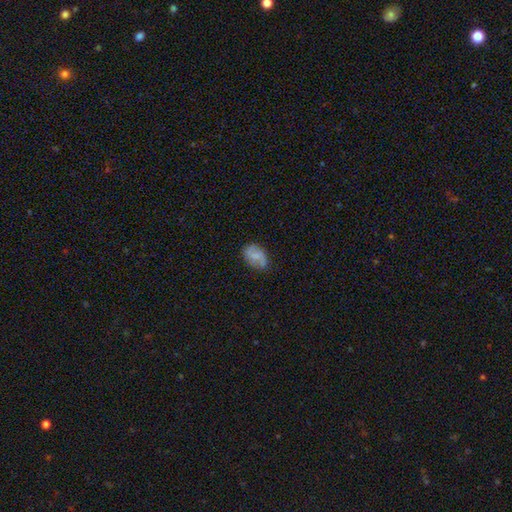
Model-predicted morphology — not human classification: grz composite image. It shows a smooth galaxy with no disk features (48%). Merging: none (67%).